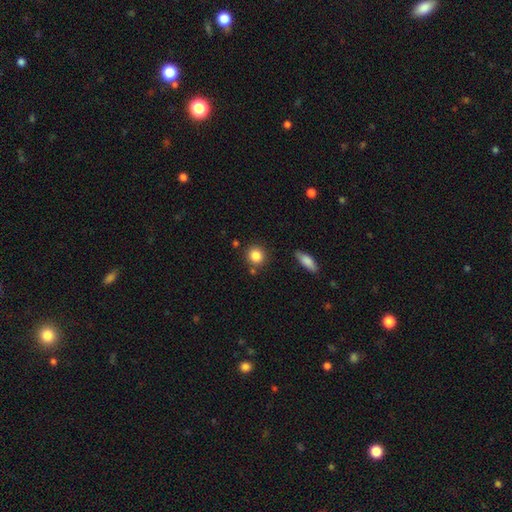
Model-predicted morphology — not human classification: A smooth galaxy with no disk features (85%) that is round (87%).

Vote fractions:
- Smooth or featured? smooth: 85% / star or artifact: 9% / featured or disk: 5%
- How rounded? round: 87% / in between: 12% / cigar-shaped: 1%
- Merging? none: 81% / minor disturbance: 9% / merger: 7% / major disturbance: 3%